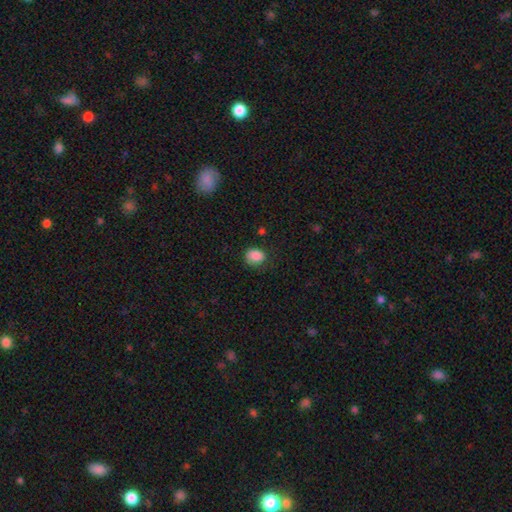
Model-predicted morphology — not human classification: This is clearly a smooth galaxy (86%). How rounded: possibly in between (50%). Merging: likely none (65%).